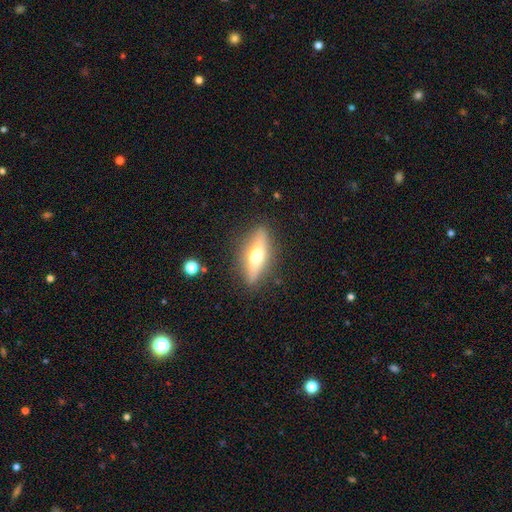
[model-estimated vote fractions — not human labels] Smooth or featured? Predicted: featured or disk (p=0.47). Merging? Predicted: none (p=0.84).